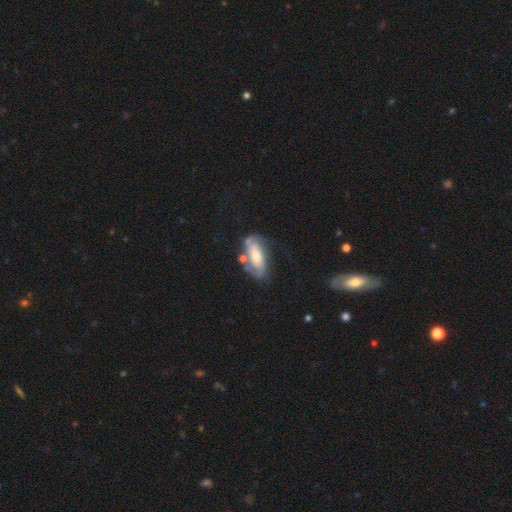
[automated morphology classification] Smooth or featured? featured or disk (66%)
Edge-on disk? no (91%)
Bar? no (52%)
Spiral arms? yes (85%)
Spiral winding? medium (40%)
Spiral arm count? 2 (75%)
Bulge size? moderate (45%)
Merging? none (56%)